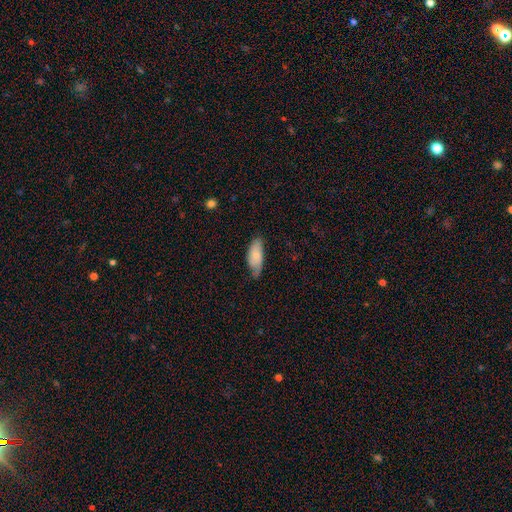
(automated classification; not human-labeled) Overall: smooth (71%). How rounded: in between (85%). Merging: none (53%; minor disturbance 36%).